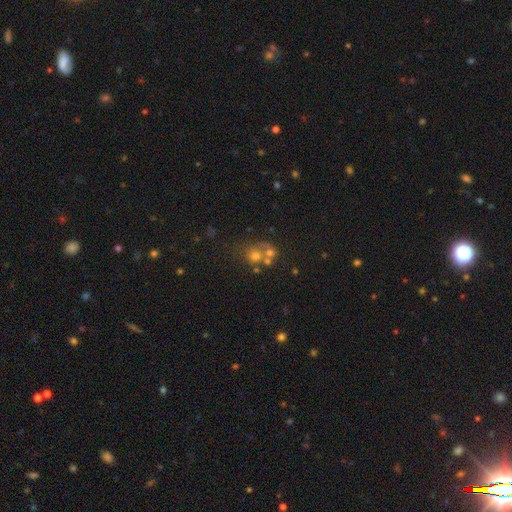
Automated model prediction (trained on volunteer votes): Smooth or featured?
  - smooth: 55% *
  - featured or disk: 24%
  - star or artifact: 21%
How rounded?
  - round: 77% *
  - in between: 22%
  - cigar-shaped: 1%
Merging?
  - merger: 46% *
  - none: 38%
  - minor disturbance: 9%
  - major disturbance: 7%